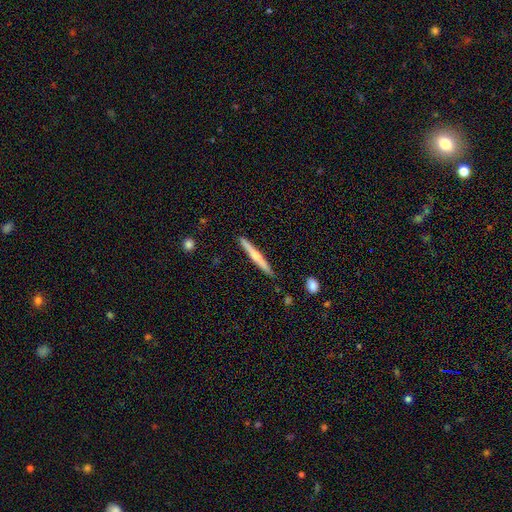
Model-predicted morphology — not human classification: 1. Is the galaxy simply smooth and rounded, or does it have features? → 50% featured or disk, 44% smooth, 6% star or artifact.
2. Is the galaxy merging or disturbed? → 90% none, 8% minor disturbance, 1% merger, 1% major disturbance.